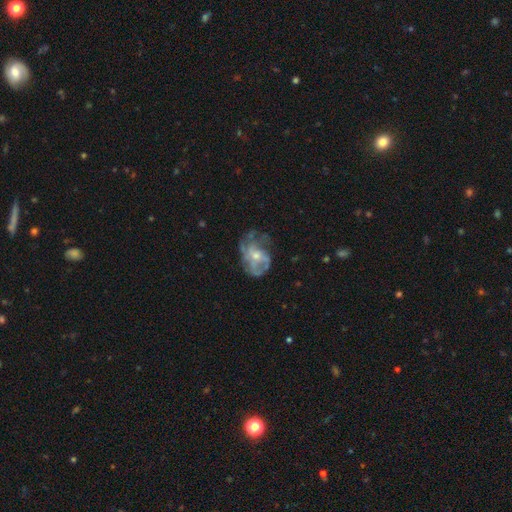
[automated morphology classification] featured or disk 69%, smooth 21%, star or artifact 10%. Down the decision tree: edge-on disk — no (97%); bar — no (73%); spiral arms — yes (66%); bulge size — moderate (47%, tied with small); merging — none (49%).